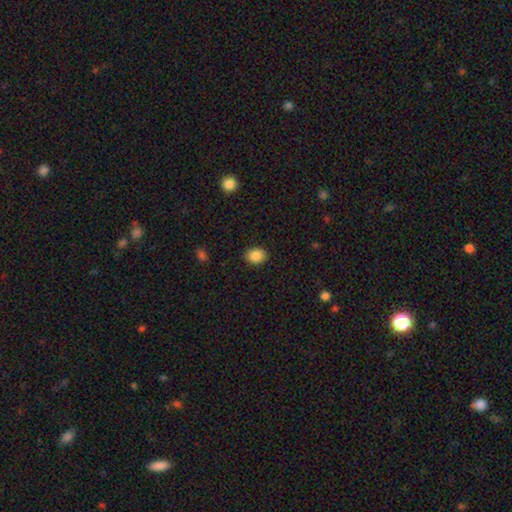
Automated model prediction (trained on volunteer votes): Smooth or featured? smooth (87%)
How rounded? in between (51%)
Merging? none (89%)